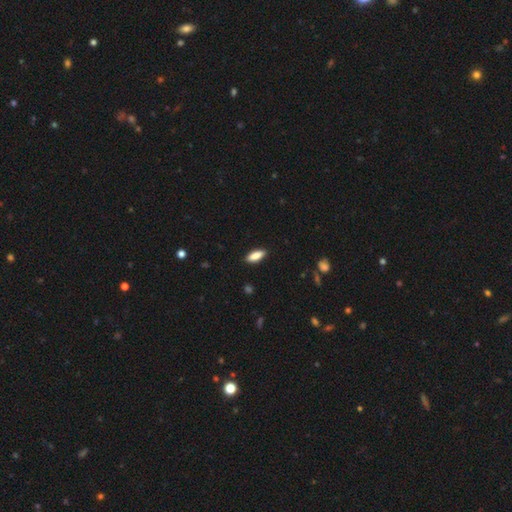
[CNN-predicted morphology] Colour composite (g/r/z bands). It shows a smooth galaxy with no disk features (84%) that is in between round and cigar-shaped (69%). Merging: none (89%).